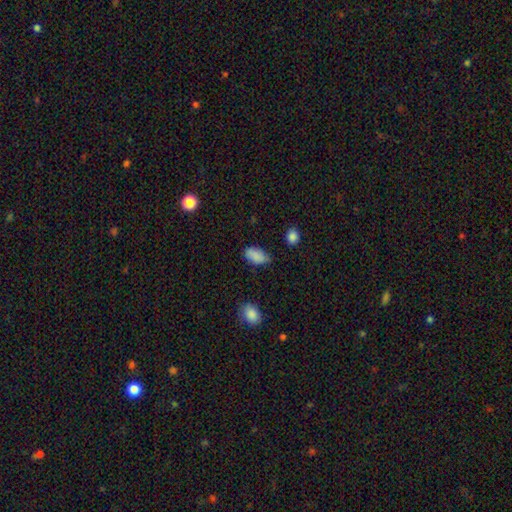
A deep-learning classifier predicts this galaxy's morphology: type=smooth (87%); roundness=in between (94%); merging=none (67%).